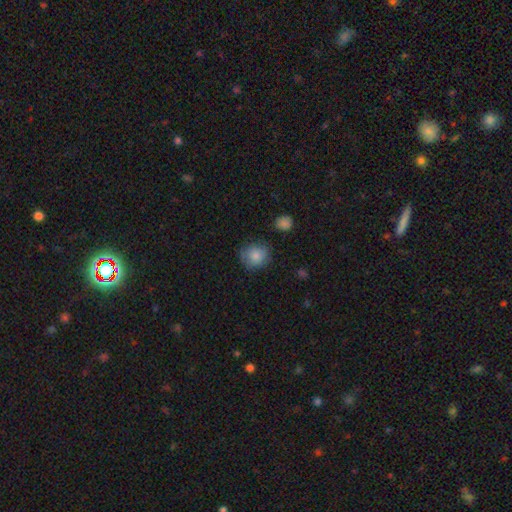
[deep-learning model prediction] Q: Smooth or featured?
A: smooth (83%); runner-up: featured or disk (9%)
Q: How rounded?
A: round (84%); runner-up: in between (15%)
Q: Merging?
A: none (73%); runner-up: minor disturbance (19%)